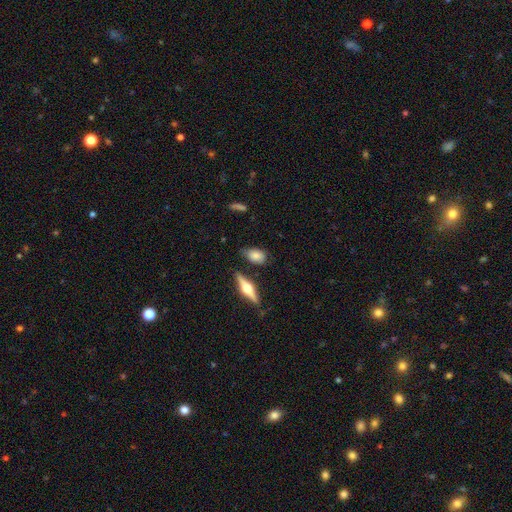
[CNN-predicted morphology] This appears to be a smooth galaxy with no disk features (69%) that is in between round and cigar-shaped (78%). Merging: none (70%).